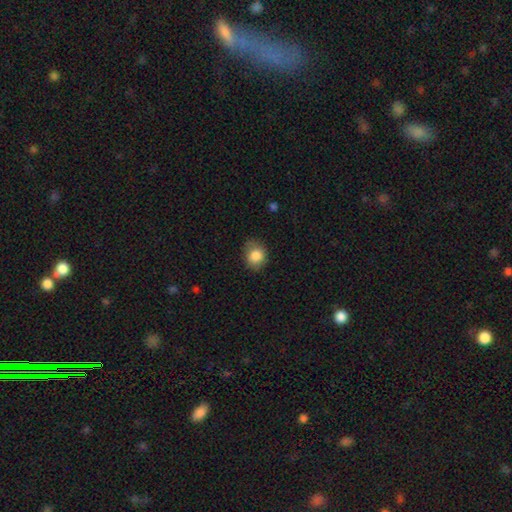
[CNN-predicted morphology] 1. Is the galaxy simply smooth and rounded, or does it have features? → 84% smooth, 9% star or artifact, 7% featured or disk.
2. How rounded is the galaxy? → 64% round, 35% in between, 1% cigar-shaped.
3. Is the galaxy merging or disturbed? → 73% none, 21% minor disturbance, 5% major disturbance, 1% merger.